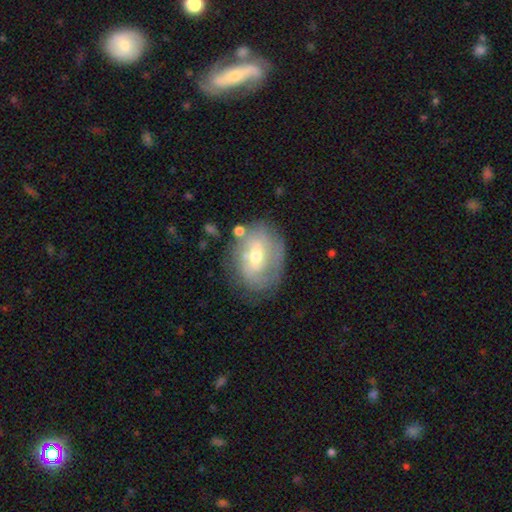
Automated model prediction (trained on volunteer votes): Morphology: type=featured or disk (62%); edge-on=no (95%); bar=weak (48%); spiral arms=yes (63%); bulge=moderate (62%); merging=none (67%).